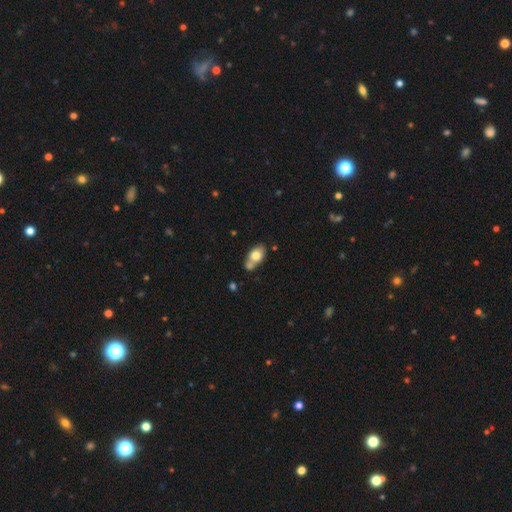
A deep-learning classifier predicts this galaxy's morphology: Smooth or featured? Predicted: smooth (p=0.73). How rounded? Predicted: in between (p=0.85). Merging? Predicted: none (p=0.45).